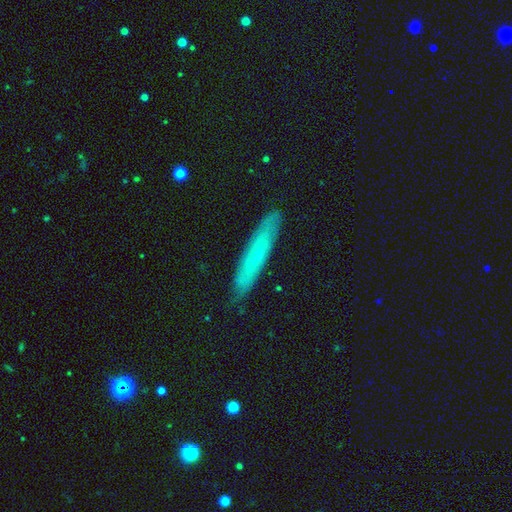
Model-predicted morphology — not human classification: Smooth or featured? Predicted: featured or disk (p=0.47). Merging? Predicted: none (p=0.86).